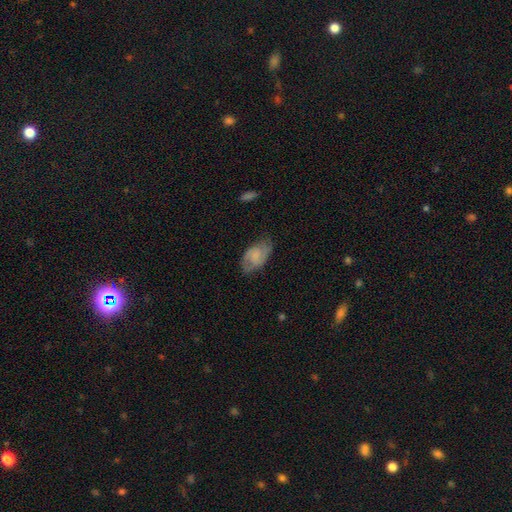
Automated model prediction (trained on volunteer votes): Q: Smooth or featured?
A: featured or disk (51%); runner-up: smooth (42%)
Q: Edge-on disk?
A: no (95%); runner-up: yes (5%)
Q: Merging?
A: none (69%); runner-up: minor disturbance (23%)